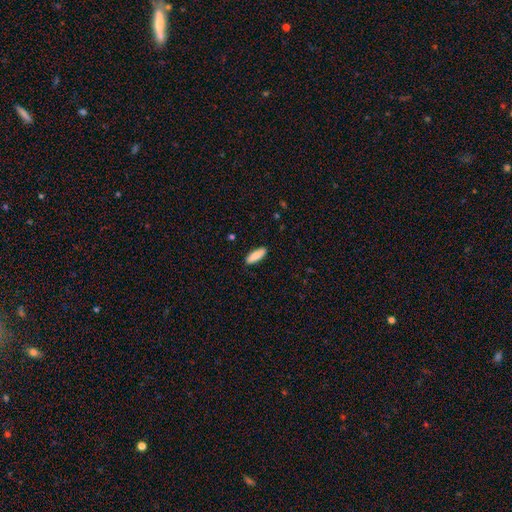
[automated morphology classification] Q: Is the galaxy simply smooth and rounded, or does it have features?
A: smooth — 84%.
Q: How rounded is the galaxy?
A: in between — 67%.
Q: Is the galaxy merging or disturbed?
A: none — 89%.